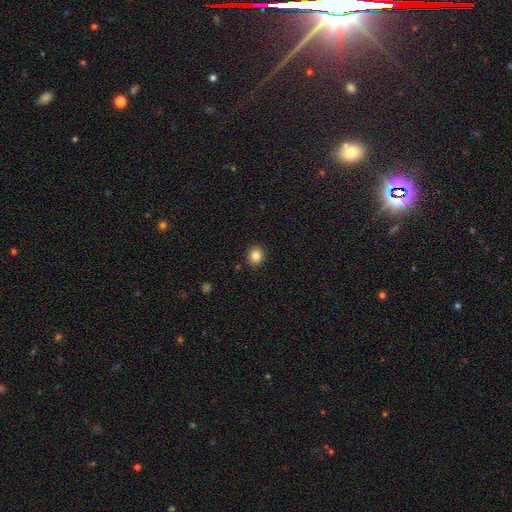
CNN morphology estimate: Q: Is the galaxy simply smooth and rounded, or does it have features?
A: smooth — 85%.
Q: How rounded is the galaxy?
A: round — 76%.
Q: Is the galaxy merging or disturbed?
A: none — 91%.